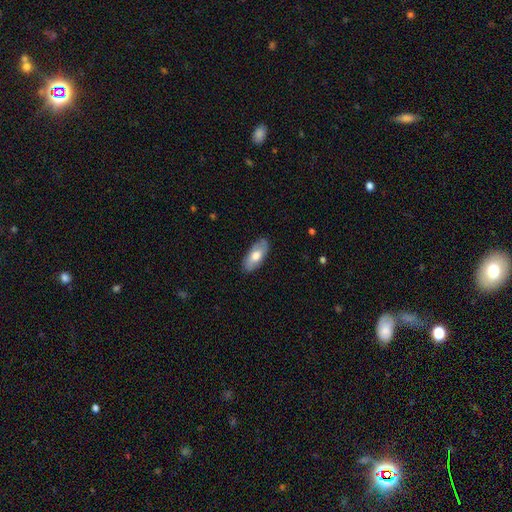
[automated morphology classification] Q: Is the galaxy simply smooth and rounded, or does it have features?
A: smooth — 65%.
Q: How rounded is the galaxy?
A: in between — 88%.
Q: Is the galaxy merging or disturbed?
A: none — 84%.